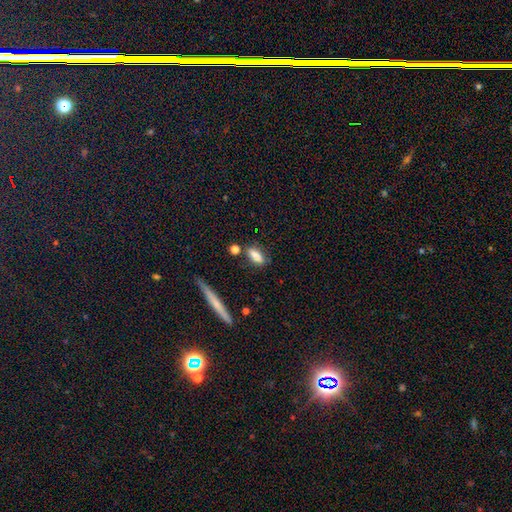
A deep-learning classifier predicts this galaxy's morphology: smooth-or-featured: smooth: 82% | featured or disk: 11% | star or artifact: 8%
  how-rounded: in between: 70% | cigar-shaped: 25% | round: 5%
  merging: none: 72% | minor disturbance: 16% | merger: 8% | major disturbance: 4%